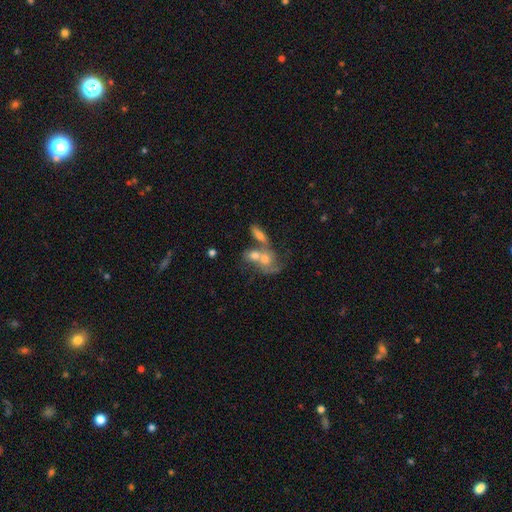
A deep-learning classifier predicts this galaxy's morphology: Smooth or featured?
  - featured or disk: 50% *
  - smooth: 37%
  - star or artifact: 13%
Edge-on disk?
  - no: 91% *
  - yes: 9%
Merging?
  - merger: 59% *
  - none: 22%
  - major disturbance: 10%
  - minor disturbance: 9%